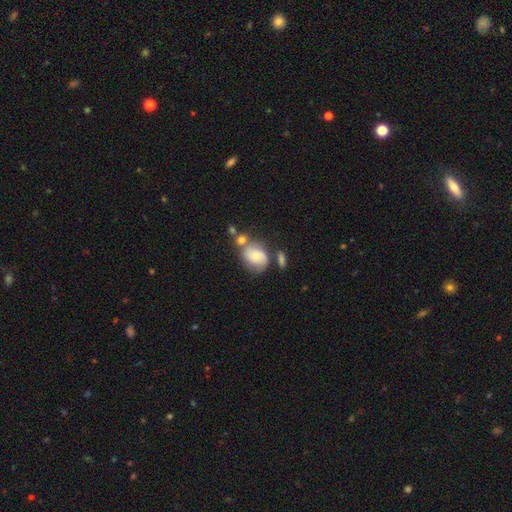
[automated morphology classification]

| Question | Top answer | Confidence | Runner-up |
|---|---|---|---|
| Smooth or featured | smooth | 57% | featured or disk (35%) |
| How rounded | in between | 56% | round (43%) |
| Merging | none | 43% | merger (26%) |